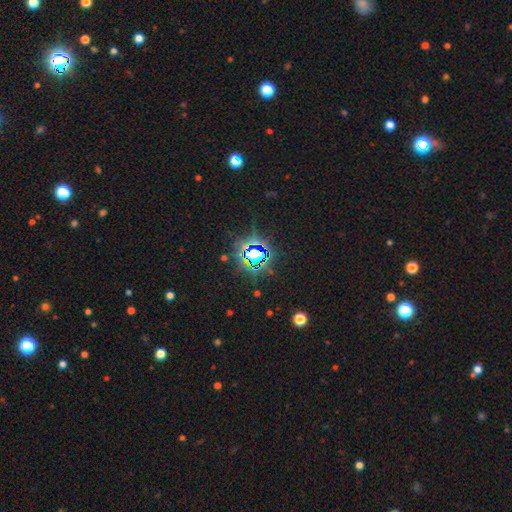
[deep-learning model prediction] smooth_or_featured: star or artifact (p=0.75) [alt: smooth p=0.15]